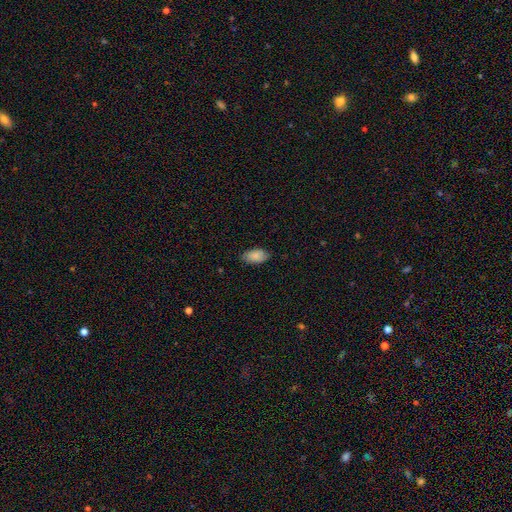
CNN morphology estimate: Smooth or featured? smooth (85%)
How rounded? in between (94%)
Merging? none (80%)